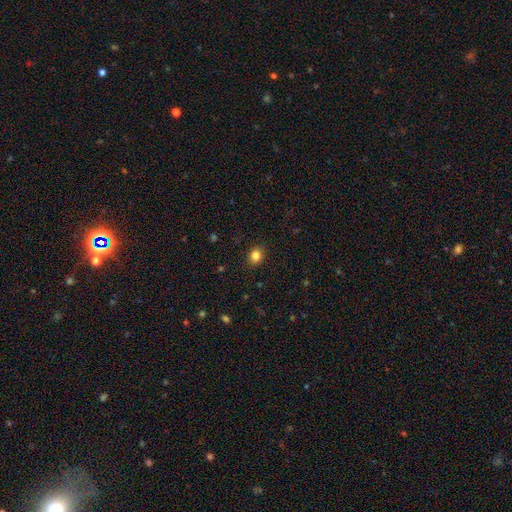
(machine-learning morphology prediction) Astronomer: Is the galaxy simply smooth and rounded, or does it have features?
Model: smooth — 83%.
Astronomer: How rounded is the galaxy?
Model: round — 63%.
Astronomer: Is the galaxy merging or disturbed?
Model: none — 90%.